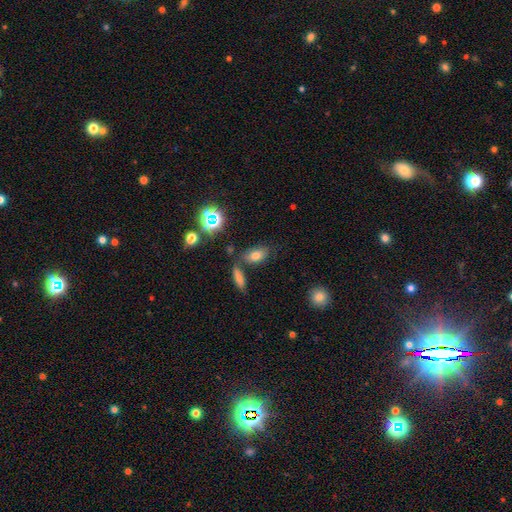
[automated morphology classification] type=smooth (71%); roundness=in between (85%); merging=none (71%).